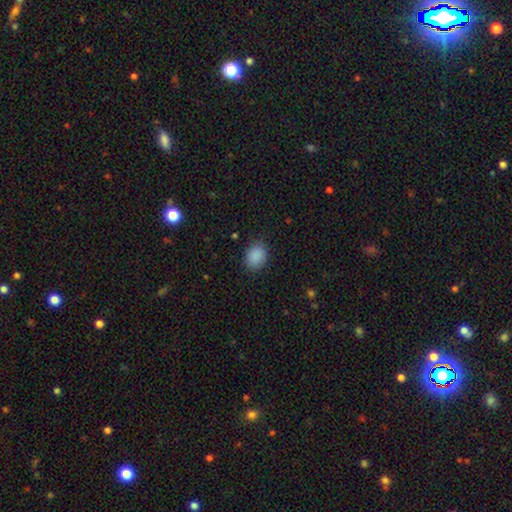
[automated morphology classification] A smooth galaxy with no disk features (89%) that is in between round and cigar-shaped (53%). Merging: none (84%).